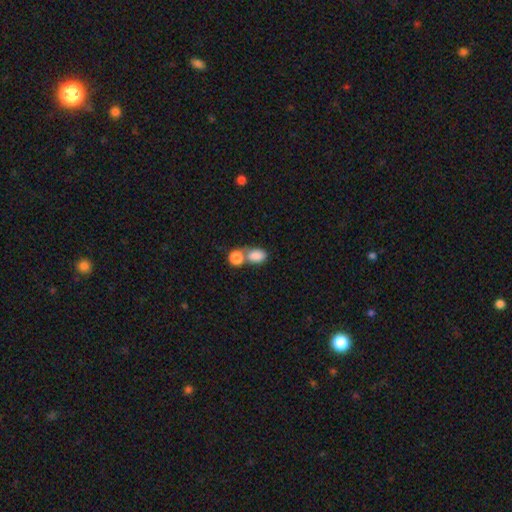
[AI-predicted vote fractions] Smooth or featured: smooth — 84% (star or artifact — 9%)
How rounded: in between — 75% (round — 24%)
Merging: merger — 53% (none — 33%)